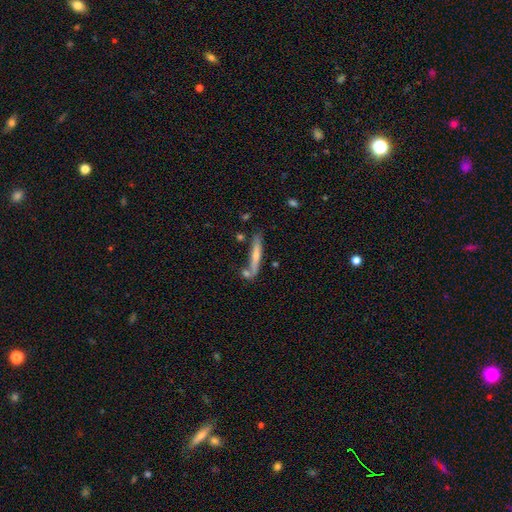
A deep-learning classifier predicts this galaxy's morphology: Smooth or featured: smooth — 51% (featured or disk — 42%)
How rounded: cigar-shaped — 92% (in between — 7%)
Merging: none — 65% (minor disturbance — 15%)